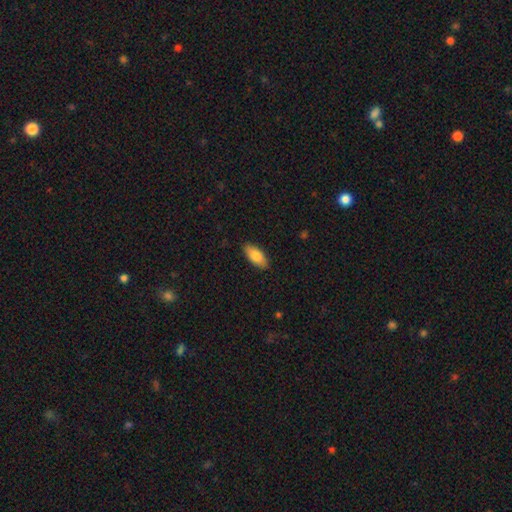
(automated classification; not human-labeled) The model was most divided on "smooth or featured": smooth: 83%, featured or disk: 11%, star or artifact: 6%. More confident: merging — none (89%); how rounded — in between (85%).